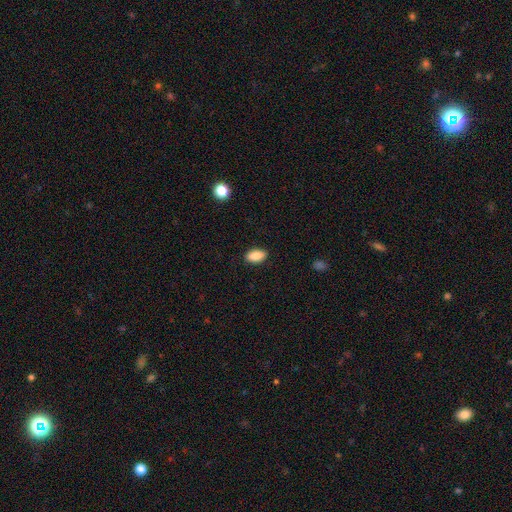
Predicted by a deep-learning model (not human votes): Smooth or featured: smooth — 88% (star or artifact — 8%)
How rounded: in between — 91% (cigar-shaped — 4%)
Merging: none — 88% (minor disturbance — 9%)